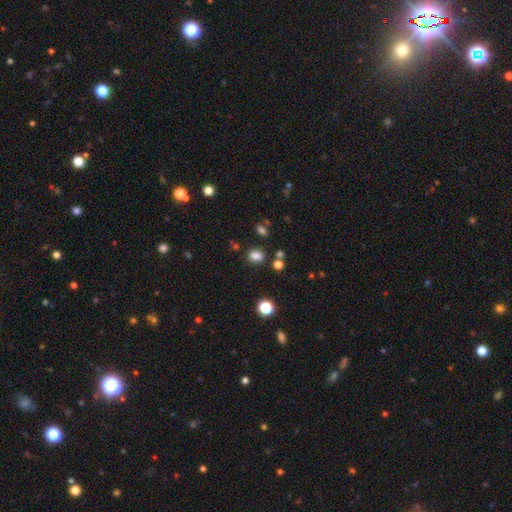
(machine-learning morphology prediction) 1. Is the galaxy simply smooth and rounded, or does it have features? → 80% smooth, 15% star or artifact, 5% featured or disk.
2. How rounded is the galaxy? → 52% in between, 47% round, 1% cigar-shaped.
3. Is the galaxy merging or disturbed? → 81% none, 10% minor disturbance, 6% merger, 3% major disturbance.